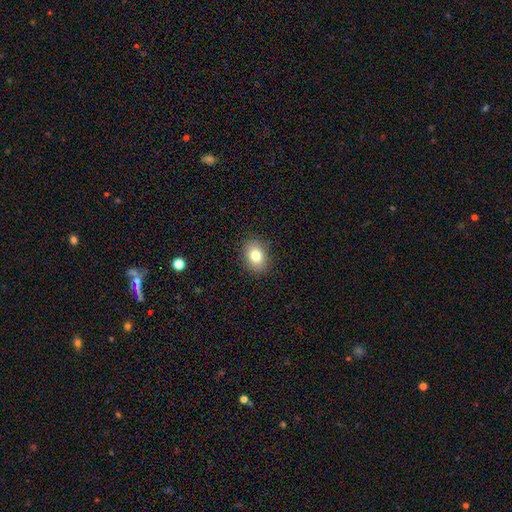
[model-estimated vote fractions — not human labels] This appears to be a smooth galaxy with no disk features (80%) that is in between round and cigar-shaped (62%). Merging: none (88%).